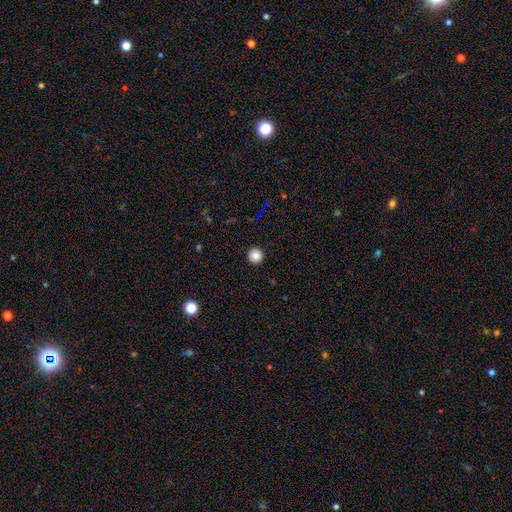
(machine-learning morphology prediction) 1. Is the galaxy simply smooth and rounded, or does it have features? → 85% smooth, 11% star or artifact, 4% featured or disk.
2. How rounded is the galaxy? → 96% round, 3% in between, 1% cigar-shaped.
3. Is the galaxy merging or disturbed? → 93% none, 4% minor disturbance, 2% major disturbance, 1% merger.